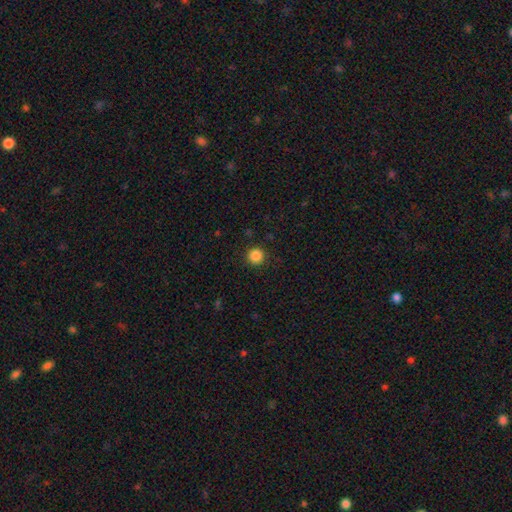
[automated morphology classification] Smooth or featured? smooth (86%)
How rounded? round (96%)
Merging? none (92%)